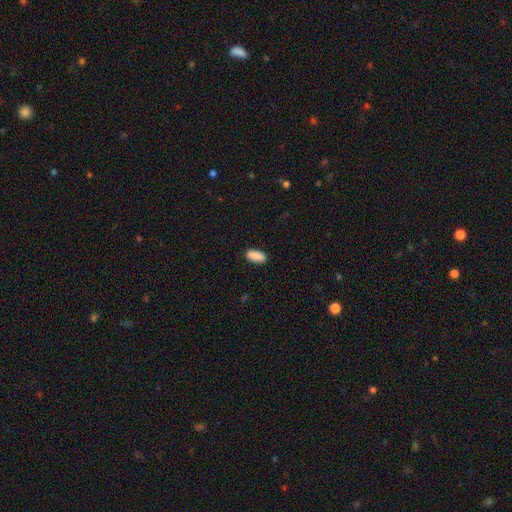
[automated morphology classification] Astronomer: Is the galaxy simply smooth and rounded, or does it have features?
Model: smooth — 90%.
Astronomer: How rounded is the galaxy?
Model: in between — 87%.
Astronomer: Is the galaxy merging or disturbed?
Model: none — 88%.